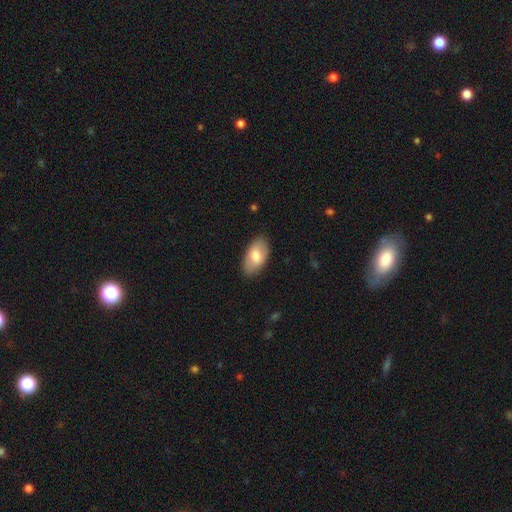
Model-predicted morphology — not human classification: Smooth or featured? smooth (74%)
How rounded? in between (94%)
Merging? none (85%)